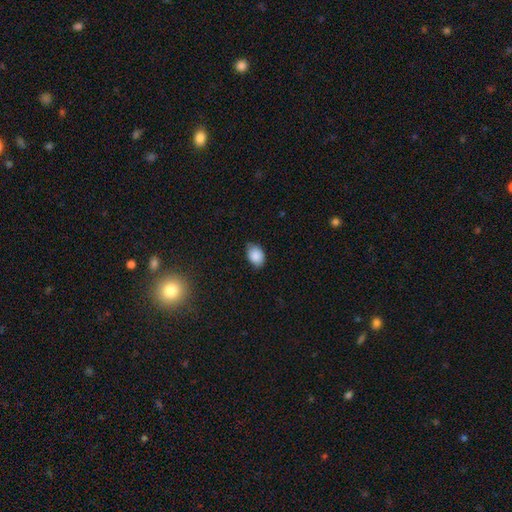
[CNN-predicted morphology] This appears to be a smooth galaxy with no disk features (88%) that is in between round and cigar-shaped (80%). Merging: none (73%).